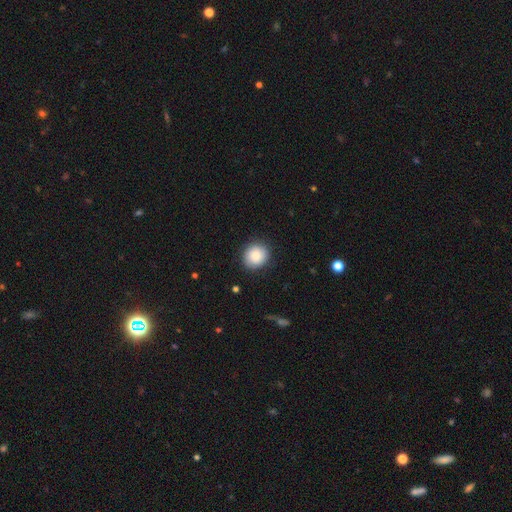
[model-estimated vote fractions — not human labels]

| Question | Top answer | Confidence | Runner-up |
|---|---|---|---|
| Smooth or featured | smooth | 84% | star or artifact (8%) |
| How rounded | round | 86% | in between (13%) |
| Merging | none | 87% | minor disturbance (9%) |